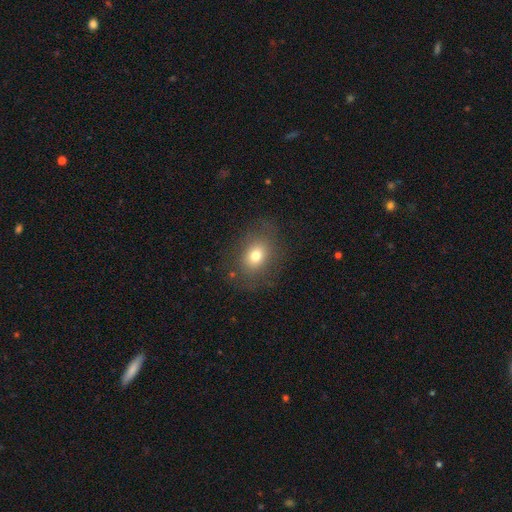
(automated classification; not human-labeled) smooth-or-featured: smooth: 73% | featured or disk: 15% | star or artifact: 12%
  how-rounded: in between: 62% | round: 36% | cigar-shaped: 1%
  merging: none: 78% | minor disturbance: 13% | major disturbance: 7% | merger: 1%